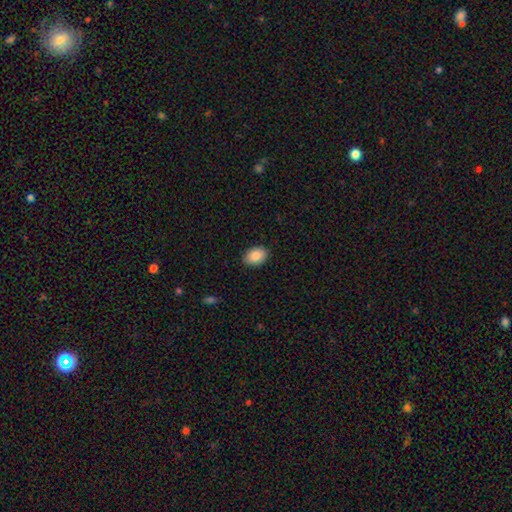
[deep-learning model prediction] The model was most divided on "how rounded": in between: 81%, round: 18%, cigar-shaped: 1%. More confident: merging — none (88%); smooth or featured — smooth (88%).